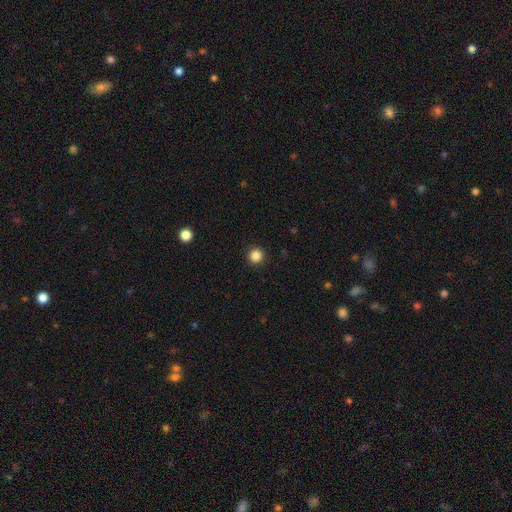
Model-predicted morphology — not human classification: Smooth or featured? smooth (86%)
How rounded? round (95%)
Merging? none (93%)